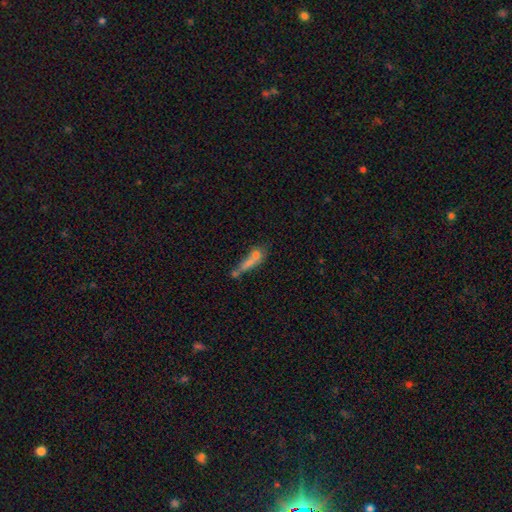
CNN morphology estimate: Smooth or featured?
  - smooth: 60% *
  - featured or disk: 27%
  - star or artifact: 13%
How rounded?
  - cigar-shaped: 57% *
  - in between: 31%
  - round: 11%
Merging?
  - merger: 41% *
  - none: 29%
  - minor disturbance: 15%
  - major disturbance: 15%